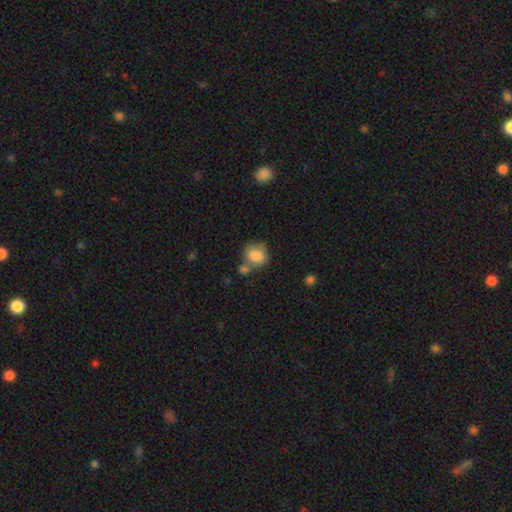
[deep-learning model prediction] smooth-or-featured: smooth: 83% | featured or disk: 10% | star or artifact: 8%
  how-rounded: round: 72% | in between: 27% | cigar-shaped: 1%
  merging: none: 46% | merger: 27% | minor disturbance: 19% | major disturbance: 7%